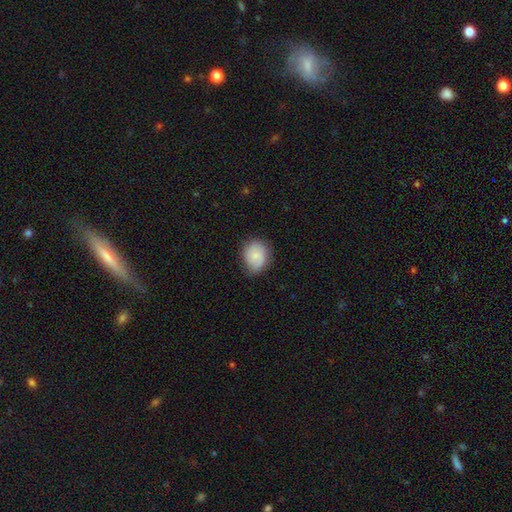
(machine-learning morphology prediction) Smooth or featured: smooth — 76% (featured or disk — 17%)
How rounded: round — 60% (in between — 39%)
Merging: none — 67% (minor disturbance — 26%)